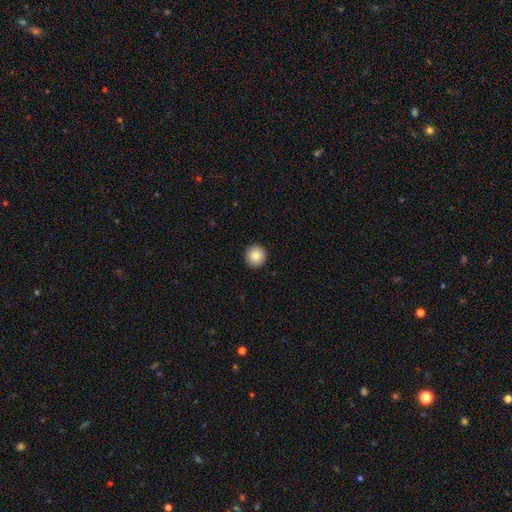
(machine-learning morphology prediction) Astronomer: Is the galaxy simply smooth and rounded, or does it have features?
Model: smooth — 88%.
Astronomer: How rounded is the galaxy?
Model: round — 96%.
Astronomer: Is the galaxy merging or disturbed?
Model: none — 93%.